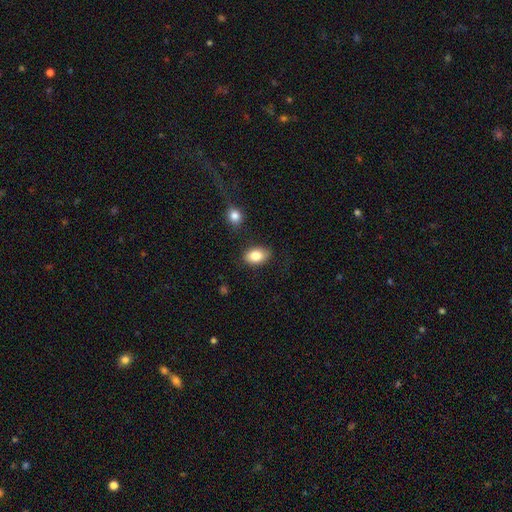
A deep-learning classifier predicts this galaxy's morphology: smooth 83%, featured or disk 9%, star or artifact 7%. Down the decision tree: how rounded — in between (87%); merging — none (82%).